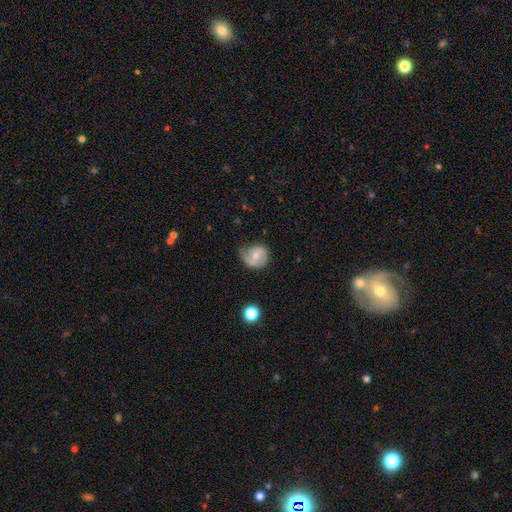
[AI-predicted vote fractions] Smooth or featured: featured or disk — 57% (smooth — 36%)
Edge-on disk: no — 97% (yes — 3%)
Bar: no — 65% (weak — 30%)
Spiral arms: yes — 83% (no — 17%)
Bulge size: small — 49% (moderate — 46%)
Merging: none — 54% (minor disturbance — 30%)